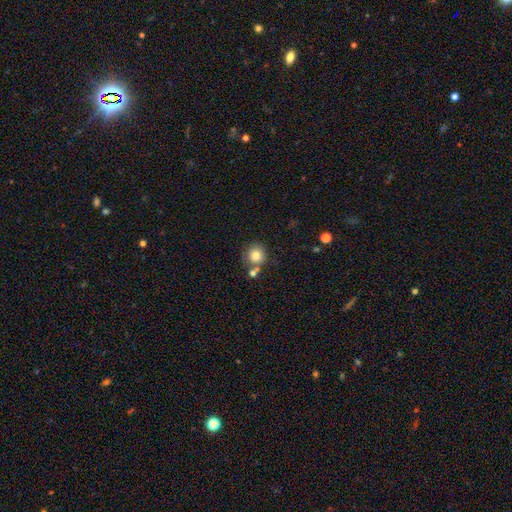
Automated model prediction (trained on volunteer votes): Overall: smooth (80%). How rounded: round (90%). Merging: none (64%).